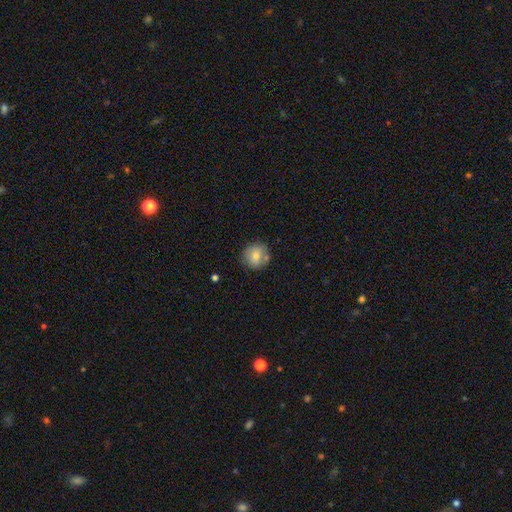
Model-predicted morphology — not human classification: The model was most divided on "smooth or featured": smooth: 72%, featured or disk: 19%, star or artifact: 9%. More confident: how rounded — round (88%); merging — none (72%).